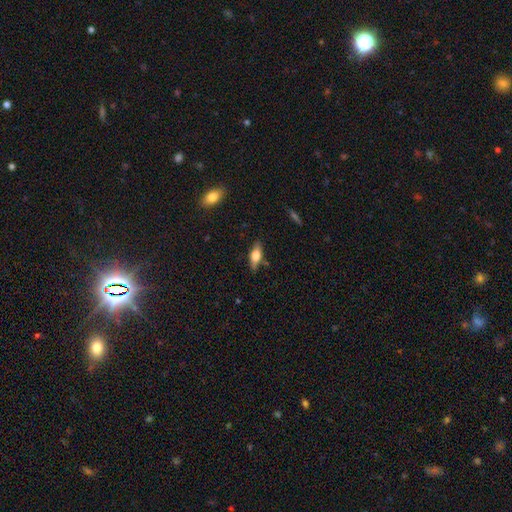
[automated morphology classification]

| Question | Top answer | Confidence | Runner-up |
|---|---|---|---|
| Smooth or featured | smooth | 55% | featured or disk (37%) |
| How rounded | in between | 68% | cigar-shaped (28%) |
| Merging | none | 79% | minor disturbance (15%) |